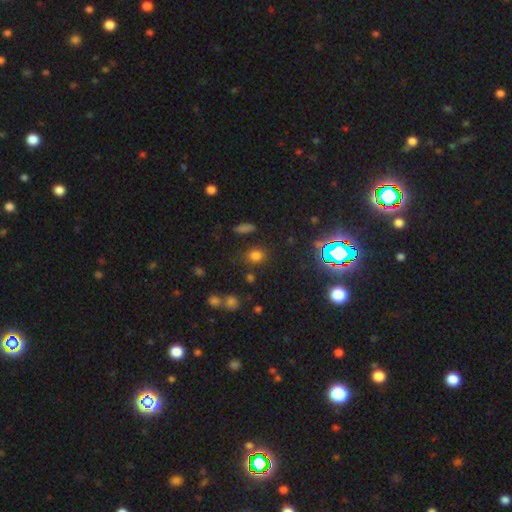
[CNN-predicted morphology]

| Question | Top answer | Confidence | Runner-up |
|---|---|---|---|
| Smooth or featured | smooth | 69% | star or artifact (24%) |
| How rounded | round | 60% | in between (38%) |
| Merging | none | 80% | minor disturbance (11%) |